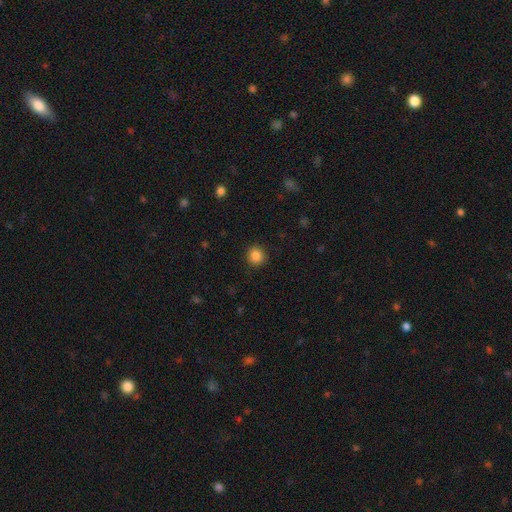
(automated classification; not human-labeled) Smooth or featured?
  - smooth: 86% *
  - star or artifact: 10%
  - featured or disk: 4%
How rounded?
  - round: 90% *
  - in between: 10%
  - cigar-shaped: 1%
Merging?
  - none: 90% *
  - minor disturbance: 6%
  - major disturbance: 2%
  - merger: 1%